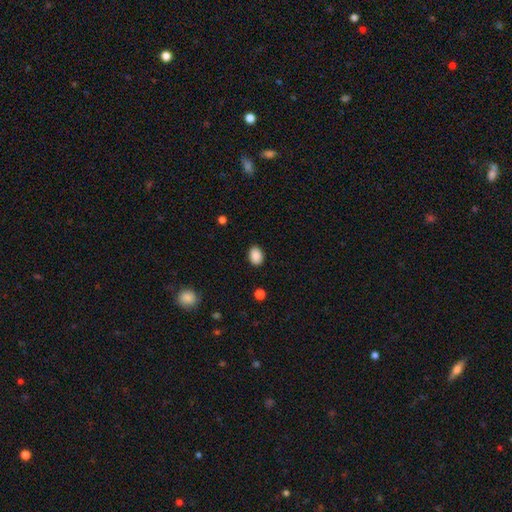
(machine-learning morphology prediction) type=smooth (89%); roundness=in between (77%); merging=none (88%).